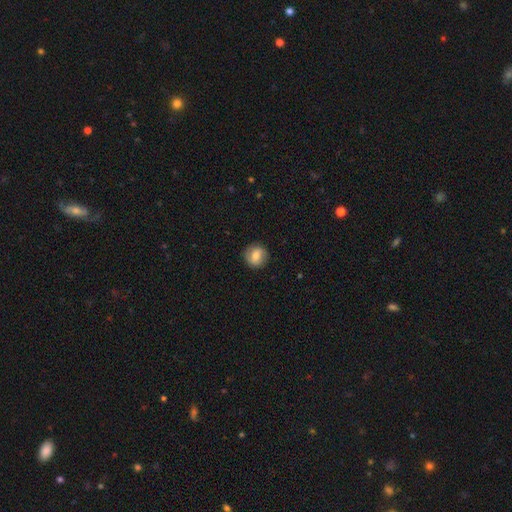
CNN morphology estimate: Q: Smooth or featured?
A: smooth (60%); runner-up: featured or disk (31%)
Q: How rounded?
A: round (89%); runner-up: in between (10%)
Q: Merging?
A: none (87%); runner-up: minor disturbance (9%)